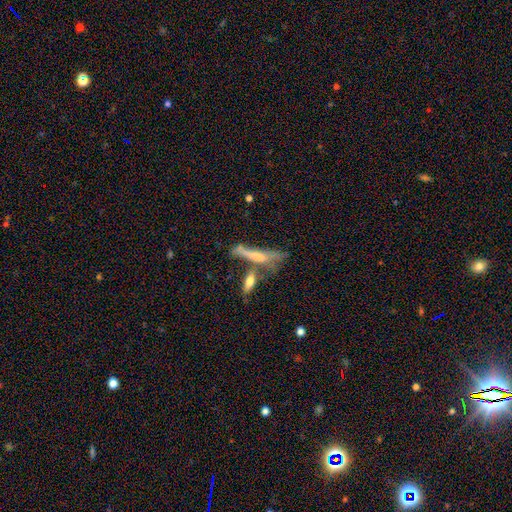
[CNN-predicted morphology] Smooth or featured?
  - smooth: 45% *
  - featured or disk: 44%
  - star or artifact: 10%
Merging?
  - merger: 35% *
  - none: 33%
  - minor disturbance: 17%
  - major disturbance: 15%